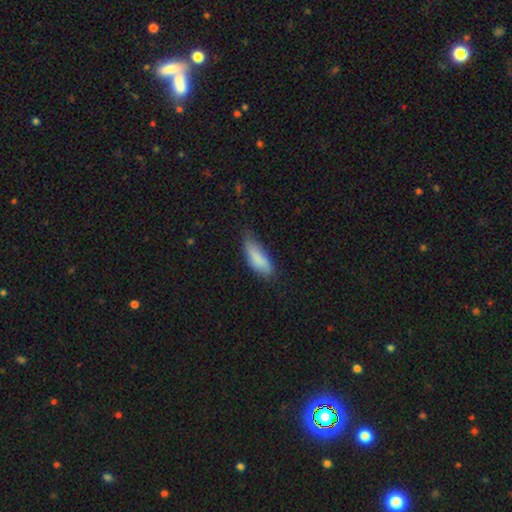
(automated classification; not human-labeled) Overall: smooth (83%). How rounded: in between (59%; cigar-shaped 39%). Merging: none (54%; minor disturbance 36%).